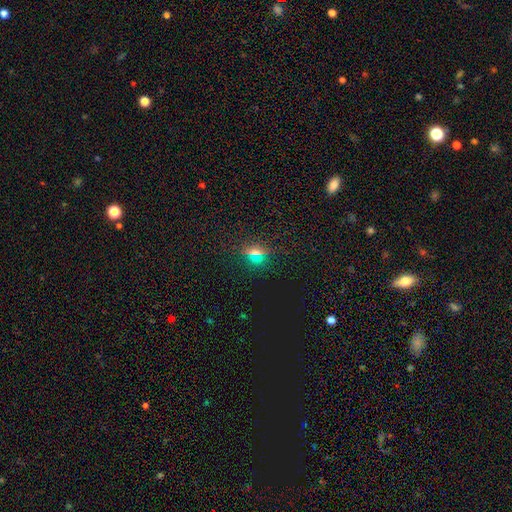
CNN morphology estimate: Smooth or featured? smooth (49%)
Merging? none (83%)